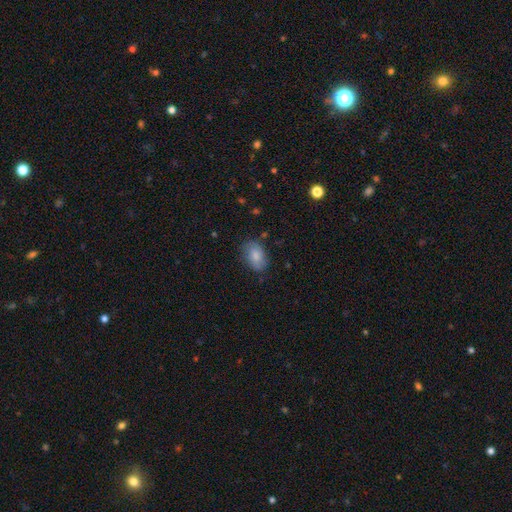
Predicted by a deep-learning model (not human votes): The model was most divided on "merging": none: 72%, minor disturbance: 21%, major disturbance: 5%, merger: 2%. More confident: how rounded — in between (87%); smooth or featured — smooth (78%).